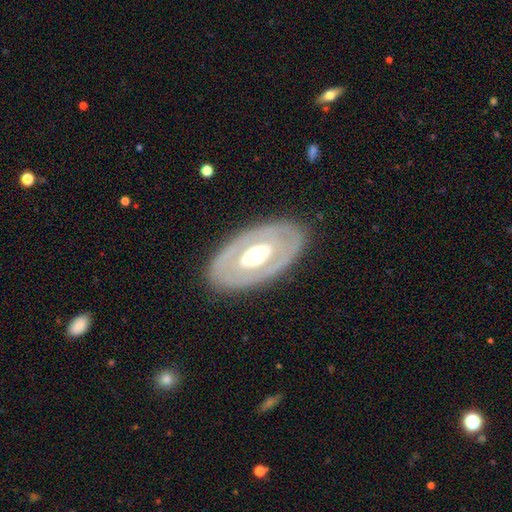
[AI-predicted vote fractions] Smooth or featured? Predicted: featured or disk (p=0.66). Edge-on disk? Predicted: no (p=0.89). Bar? Predicted: no (p=0.71). Spiral arms? Predicted: no (p=0.83). Bulge size? Predicted: moderate (p=0.60). Merging? Predicted: none (p=0.82).